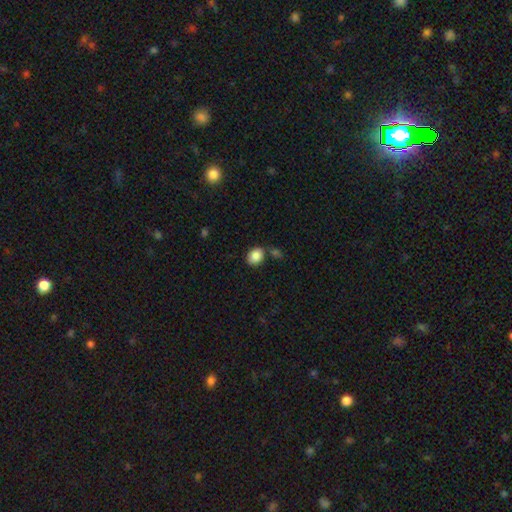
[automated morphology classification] smooth 87%, star or artifact 8%, featured or disk 5%. Down the decision tree: how rounded — in between (54%); merging — none (69%).